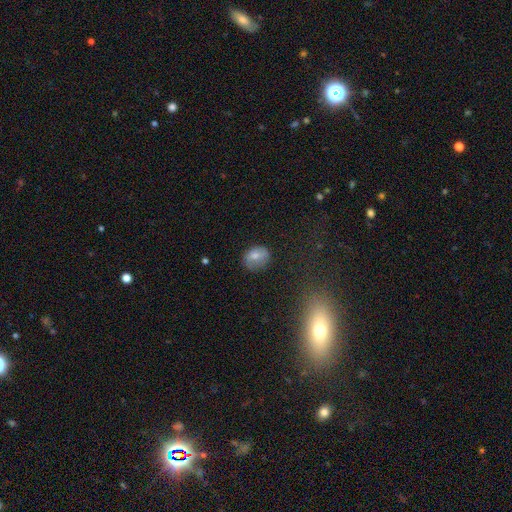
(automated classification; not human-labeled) This appears to be a smooth galaxy with no disk features (75%) that is in between round and cigar-shaped (61%). Merging: none (75%).